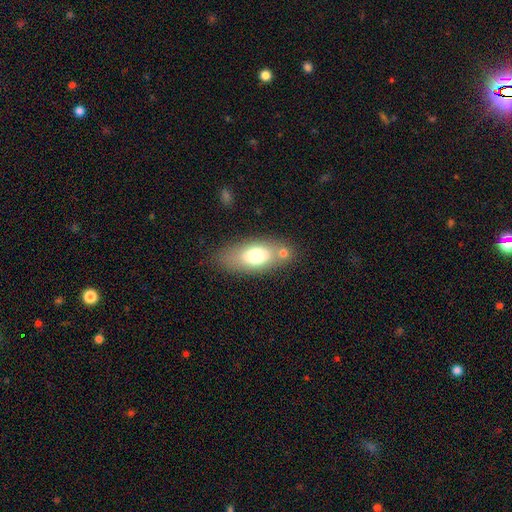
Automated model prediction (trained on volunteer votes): smooth-or-featured: smooth: 70% | featured or disk: 22% | star or artifact: 8%
  how-rounded: in between: 86% | cigar-shaped: 9% | round: 5%
  merging: none: 67% | merger: 16% | minor disturbance: 13% | major disturbance: 4%